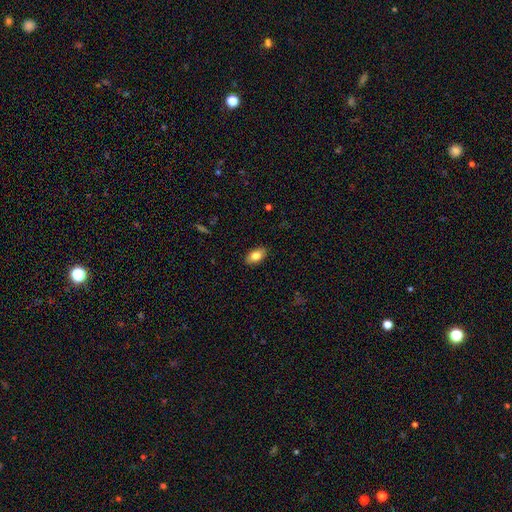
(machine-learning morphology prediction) smooth-or-featured: smooth: 81% | featured or disk: 12% | star or artifact: 7%
  how-rounded: in between: 91% | round: 7% | cigar-shaped: 2%
  merging: none: 88% | minor disturbance: 9% | major disturbance: 2% | merger: 1%